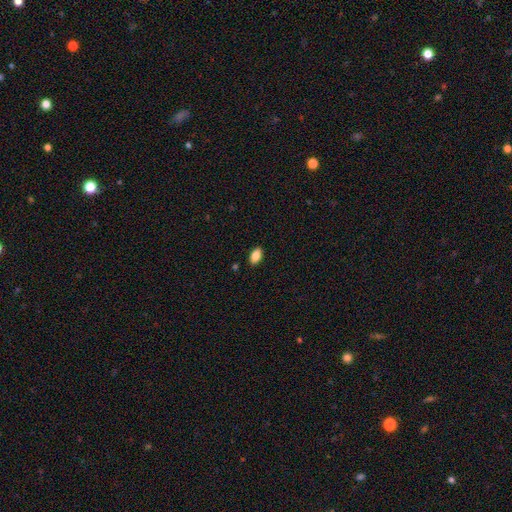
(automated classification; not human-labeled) Q: Smooth or featured?
A: smooth (86%); runner-up: star or artifact (8%)
Q: How rounded?
A: in between (92%); runner-up: round (5%)
Q: Merging?
A: none (88%); runner-up: minor disturbance (8%)